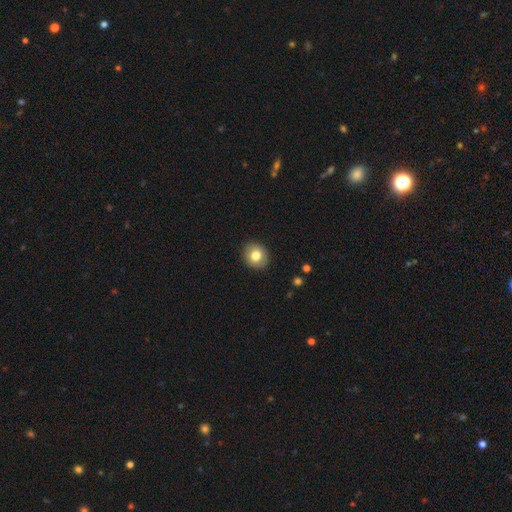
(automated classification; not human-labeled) This is likely a smooth galaxy (78%). How rounded: likely round (71%). Merging: clearly none (90%).